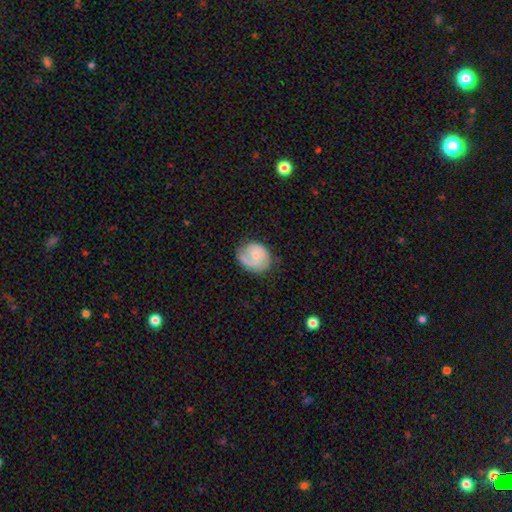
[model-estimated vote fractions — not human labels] featured or disk 50%, smooth 43%, star or artifact 7%. Down the decision tree: edge-on disk — no (98%); merging — none (58%).